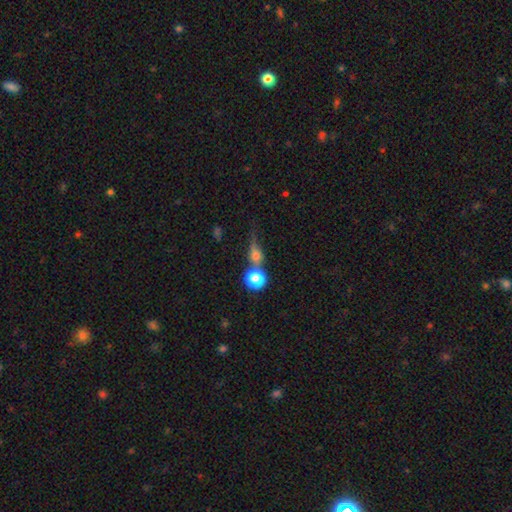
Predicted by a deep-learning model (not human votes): Smooth or featured?
  - smooth: 60% *
  - featured or disk: 23%
  - star or artifact: 17%
How rounded?
  - round: 63% *
  - in between: 26%
  - cigar-shaped: 11%
Merging?
  - merger: 40% *
  - none: 36%
  - minor disturbance: 12%
  - major disturbance: 12%